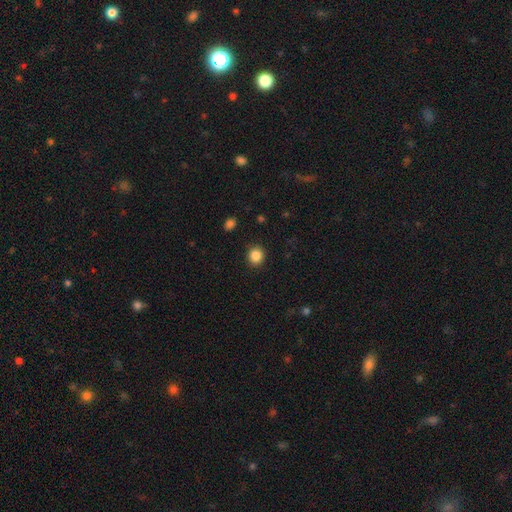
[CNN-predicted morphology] Q: Smooth or featured?
A: smooth (86%); runner-up: star or artifact (10%)
Q: How rounded?
A: round (86%); runner-up: in between (14%)
Q: Merging?
A: none (90%); runner-up: minor disturbance (6%)